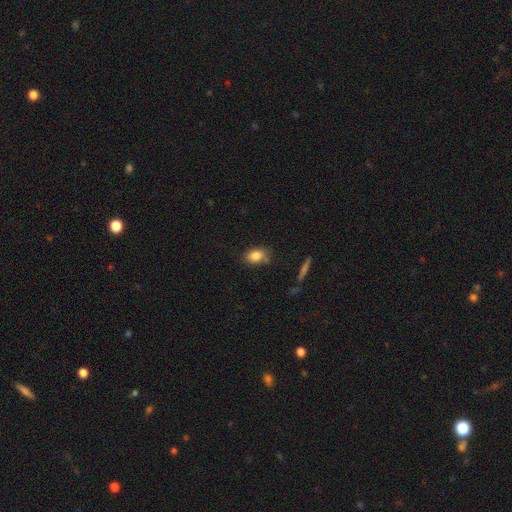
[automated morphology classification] This appears to be a smooth galaxy with no disk features (83%) that is in between round and cigar-shaped (75%). Merging: none (72%).